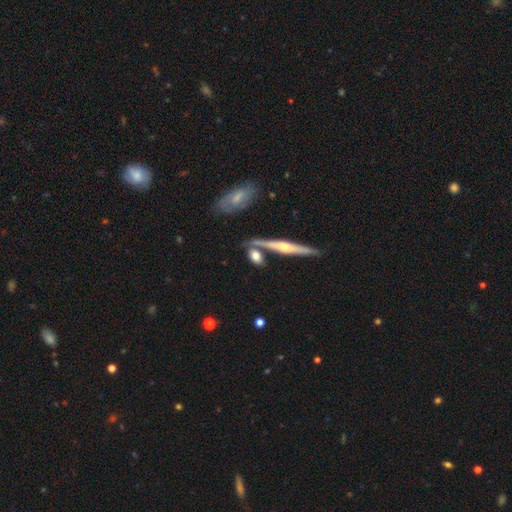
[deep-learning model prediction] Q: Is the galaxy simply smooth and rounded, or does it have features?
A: smooth — 65%.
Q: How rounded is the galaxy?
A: in between — 61%.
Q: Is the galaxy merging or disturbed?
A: none — 63%.